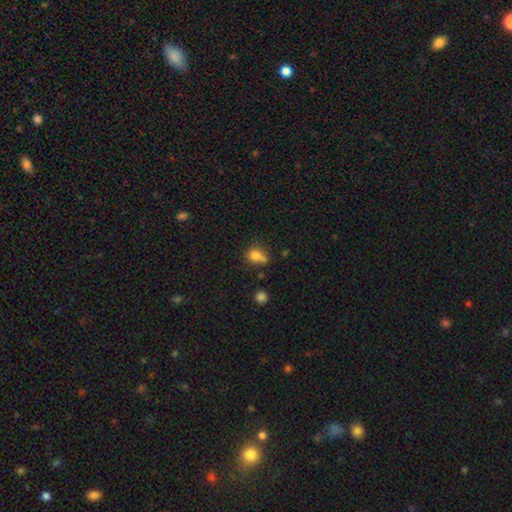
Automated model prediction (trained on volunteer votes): Smooth or featured?
  - smooth: 77% *
  - star or artifact: 13%
  - featured or disk: 10%
How rounded?
  - round: 52% *
  - in between: 45%
  - cigar-shaped: 3%
Merging?
  - none: 43% *
  - minor disturbance: 28%
  - merger: 17%
  - major disturbance: 13%